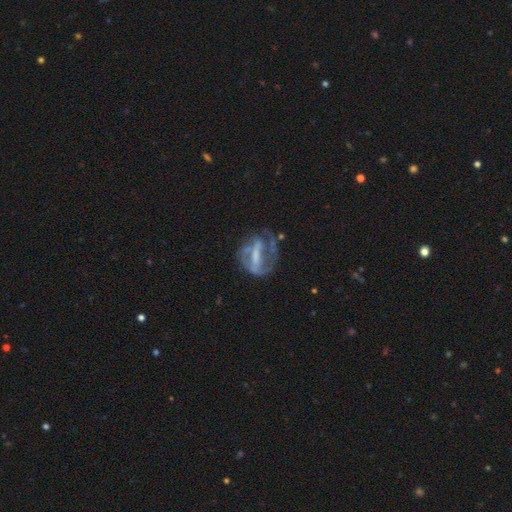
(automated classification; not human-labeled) A featured or disk galaxy (71%) with a strong bar (58%), spiral arms (60%) and no central bulge (36%).

Vote fractions:
- Smooth or featured? featured or disk: 71% / smooth: 20% / star or artifact: 9%
- Edge-on disk? no: 92% / yes: 8%
- Bar? strong: 58% / weak: 26% / no: 16%
- Spiral arms? yes: 60% / no: 40%
- Bulge size? none: 36% / moderate: 27% / small: 27% / large: 9% / dominant: 2%
- Merging? none: 41% / major disturbance: 33% / minor disturbance: 21% / merger: 5%